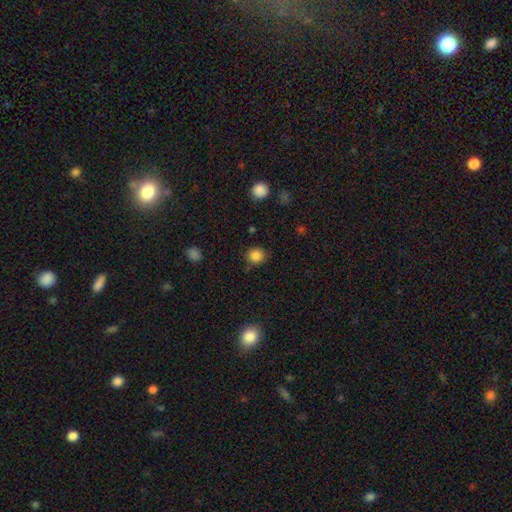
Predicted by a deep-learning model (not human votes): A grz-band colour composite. It shows a smooth galaxy with no disk features (84%) that is round (87%). Merging: none (83%).